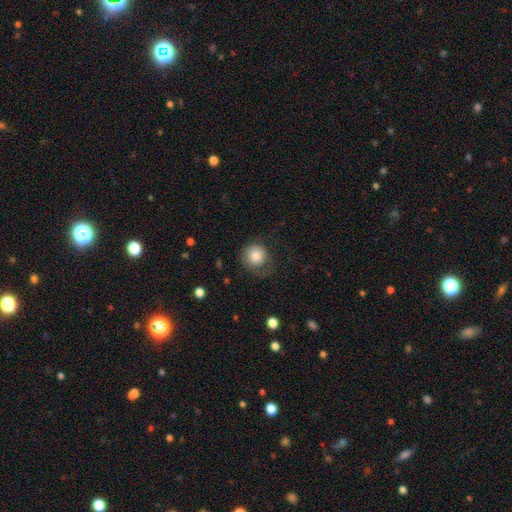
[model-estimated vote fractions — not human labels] A smooth galaxy with no disk features (81%) that is round (90%).

Vote fractions:
- Smooth or featured? smooth: 81% / featured or disk: 10% / star or artifact: 9%
- How rounded? round: 90% / in between: 9% / cigar-shaped: 1%
- Merging? none: 57% / minor disturbance: 23% / major disturbance: 18% / merger: 2%